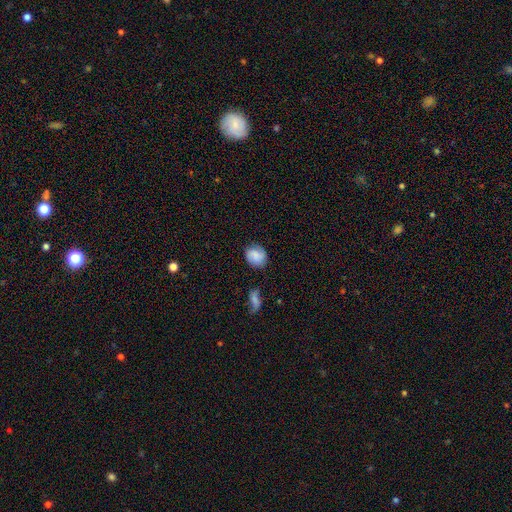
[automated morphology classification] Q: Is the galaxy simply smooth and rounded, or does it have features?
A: smooth — 60%.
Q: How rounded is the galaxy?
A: round — 63%.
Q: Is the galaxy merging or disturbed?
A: none — 72%.